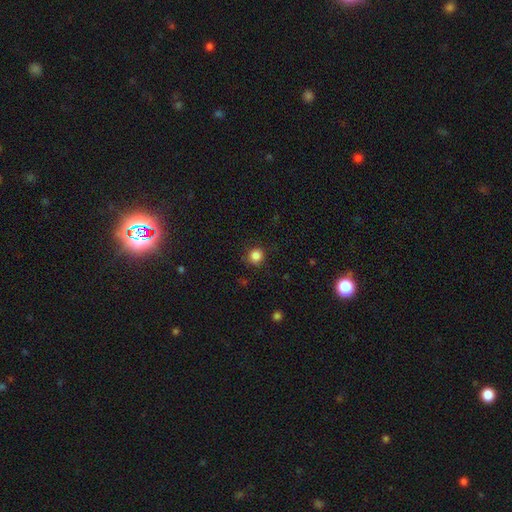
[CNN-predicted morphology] Smooth or featured? smooth (85%)
How rounded? round (91%)
Merging? none (87%)